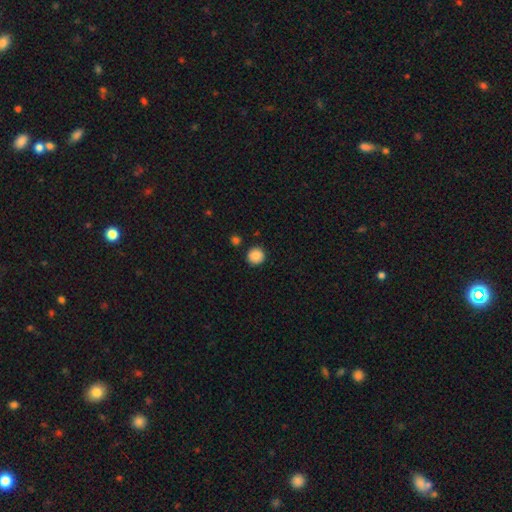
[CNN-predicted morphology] The model was most divided on "smooth or featured": smooth: 88%, star or artifact: 9%, featured or disk: 3%. More confident: how rounded — round (94%); merging — none (89%).